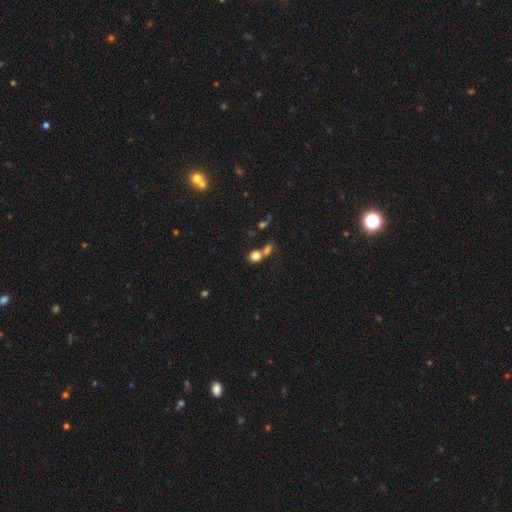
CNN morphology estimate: Smooth or featured? Predicted: smooth (p=0.78). How rounded? Predicted: round (p=0.67). Merging? Predicted: merger (p=0.46).